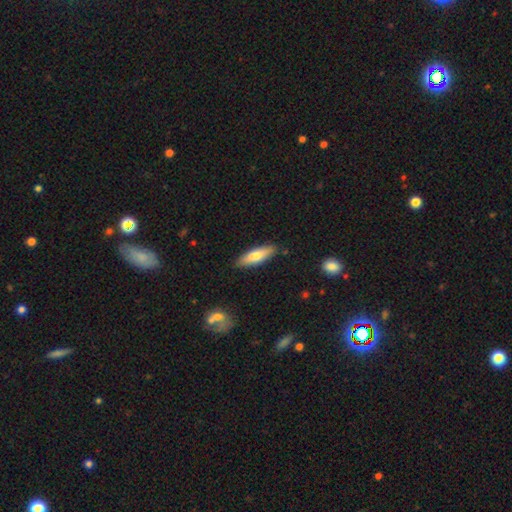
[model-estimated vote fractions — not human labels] smooth 73%, featured or disk 21%, star or artifact 6%. Down the decision tree: how rounded — cigar-shaped (52%); merging — none (86%).